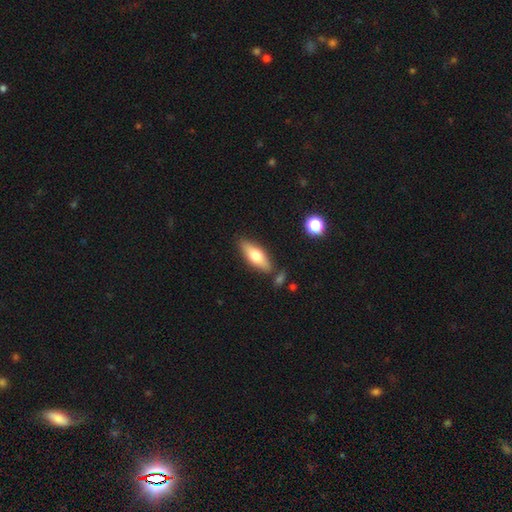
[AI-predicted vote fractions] This appears to be a smooth galaxy with no disk features (60%) that is in between round and cigar-shaped (60%). Merging: none (81%).